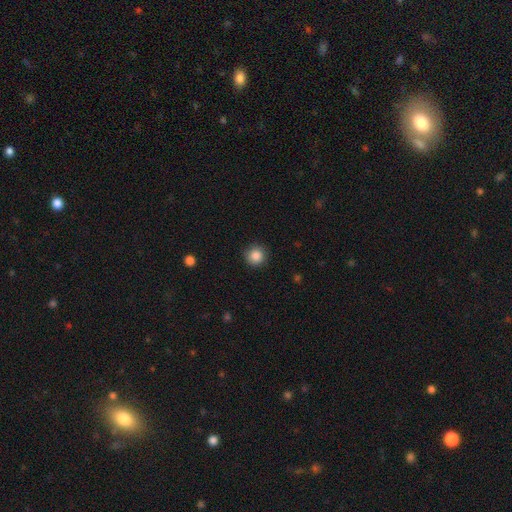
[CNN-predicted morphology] smooth-or-featured: smooth: 86% | star or artifact: 10% | featured or disk: 4%
  how-rounded: round: 94% | in between: 5% | cigar-shaped: 1%
  merging: none: 89% | minor disturbance: 8% | major disturbance: 2% | merger: 1%